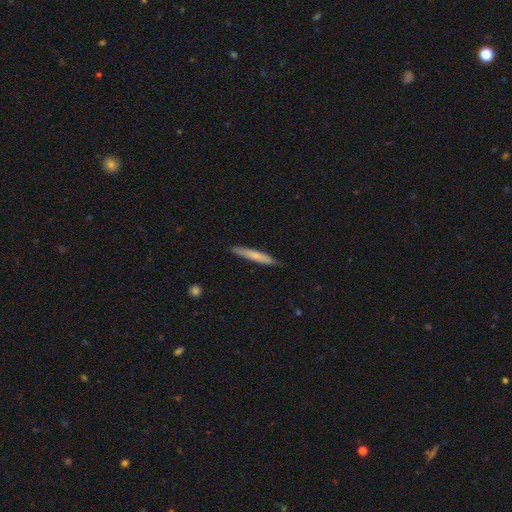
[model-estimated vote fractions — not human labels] smooth-or-featured: smooth: 68% | featured or disk: 27% | star or artifact: 5%
  how-rounded: cigar-shaped: 95% | in between: 4% | round: 1%
  merging: none: 87% | minor disturbance: 10% | major disturbance: 2% | merger: 1%